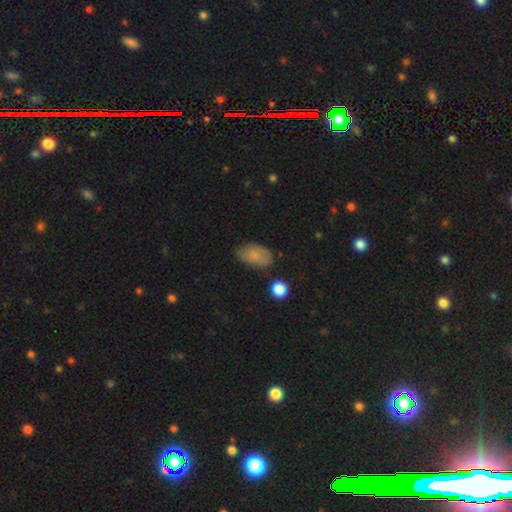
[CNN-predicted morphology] Q: Smooth or featured?
A: smooth (71%); runner-up: featured or disk (20%)
Q: How rounded?
A: in between (90%); runner-up: round (8%)
Q: Merging?
A: none (62%); runner-up: minor disturbance (27%)